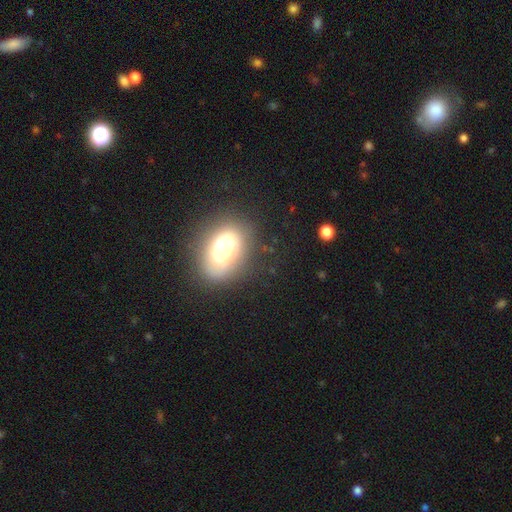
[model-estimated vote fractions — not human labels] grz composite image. It shows a smooth galaxy with no disk features (70%) that is in between round and cigar-shaped (84%). Merging: none (76%).